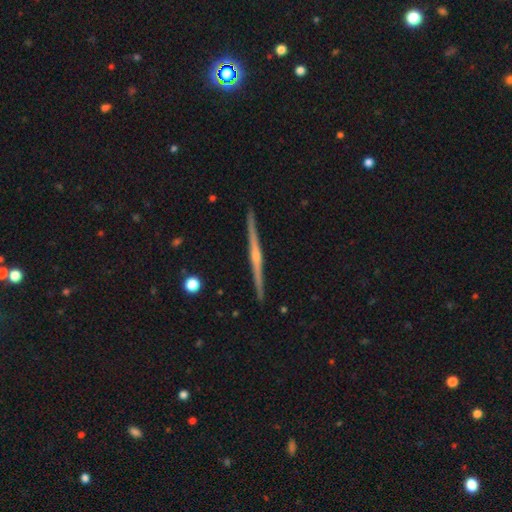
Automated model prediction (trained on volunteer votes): smooth_or_featured: featured or disk (p=0.83) [alt: smooth p=0.12]
disk_edge_on: yes (p=0.99) [alt: no p=0.01]
edge_on_bulge: rounded (p=0.78) [alt: none p=0.16]
merging: none (p=0.92) [alt: minor disturbance p=0.05]